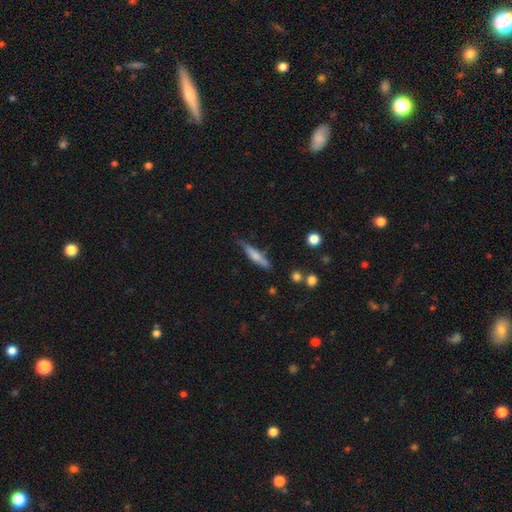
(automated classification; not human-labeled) This appears to be a smooth galaxy with no disk features (58%) that is cigar-shaped (83%). Merging: none (66%).